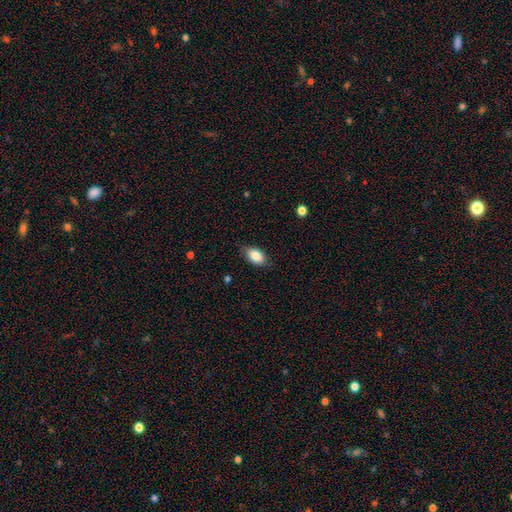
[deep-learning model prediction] This is clearly a smooth galaxy (85%). How rounded: clearly in between (89%). Merging: likely none (78%).